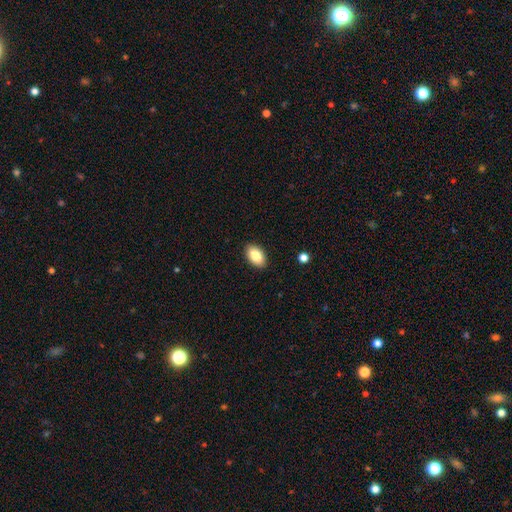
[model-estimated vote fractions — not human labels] Smooth or featured? Predicted: smooth (p=0.86). How rounded? Predicted: in between (p=0.93). Merging? Predicted: none (p=0.89).